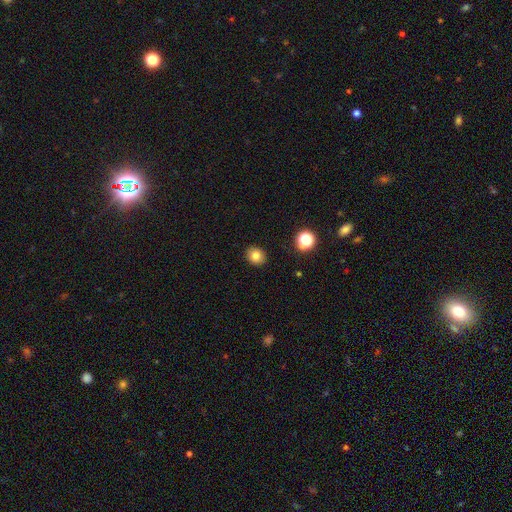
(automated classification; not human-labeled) smooth-or-featured: smooth: 80% | star or artifact: 13% | featured or disk: 7%
  how-rounded: round: 71% | in between: 28% | cigar-shaped: 1%
  merging: none: 91% | minor disturbance: 6% | major disturbance: 2% | merger: 1%